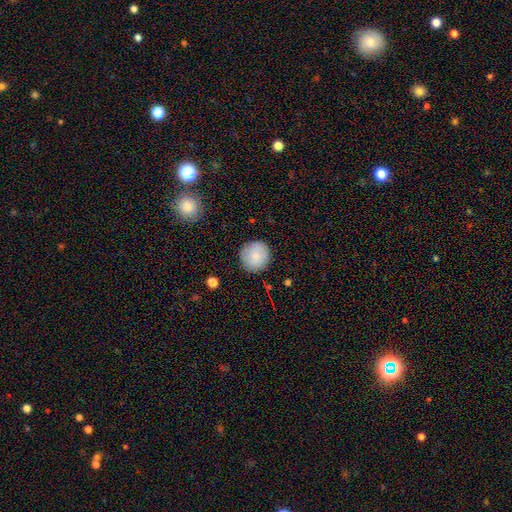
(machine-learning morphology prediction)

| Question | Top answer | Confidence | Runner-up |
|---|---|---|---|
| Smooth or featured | smooth | 84% | featured or disk (9%) |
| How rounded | round | 92% | in between (7%) |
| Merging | none | 88% | minor disturbance (9%) |